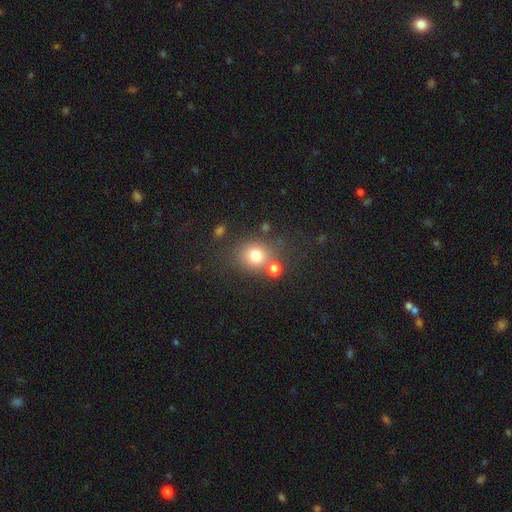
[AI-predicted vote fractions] Smooth or featured: smooth — 77% (star or artifact — 14%)
How rounded: round — 77% (in between — 22%)
Merging: none — 64% (merger — 20%)